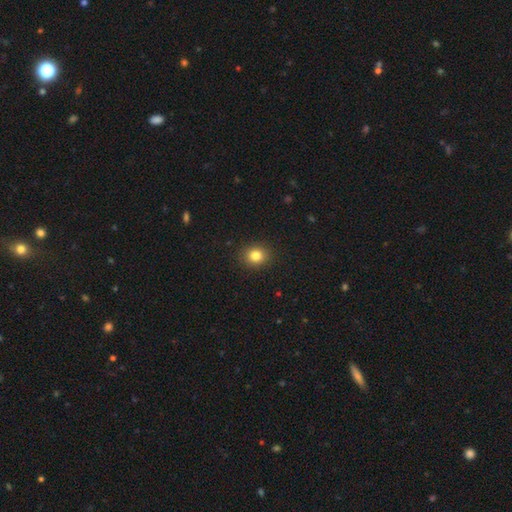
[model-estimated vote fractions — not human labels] The model was most divided on "how rounded": round: 70%, in between: 29%, cigar-shaped: 1%. More confident: merging — none (90%); smooth or featured — smooth (82%).